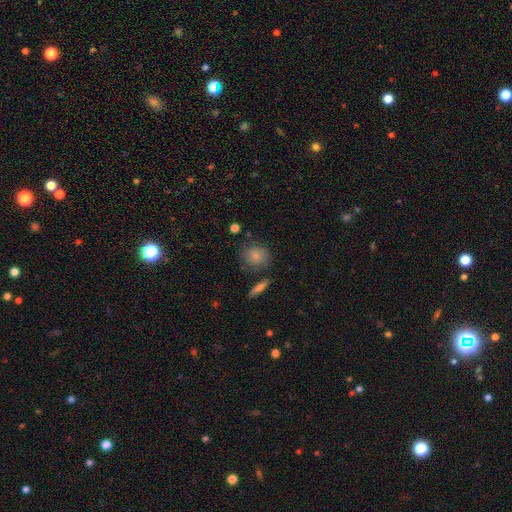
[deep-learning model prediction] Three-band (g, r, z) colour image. It shows a smooth galaxy with no disk features (79%) that is round (75%). Merging: none (71%).